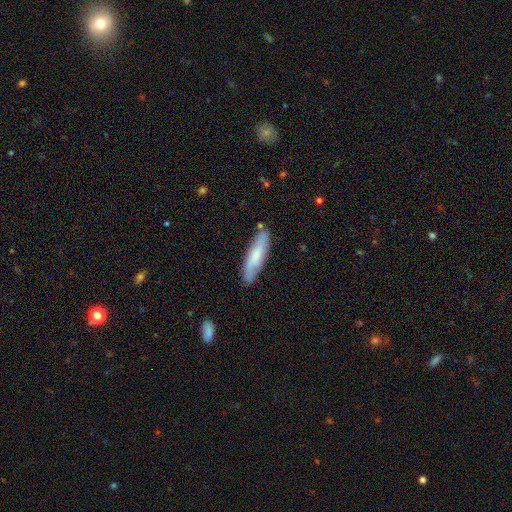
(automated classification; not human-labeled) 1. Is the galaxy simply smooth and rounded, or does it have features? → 62% smooth, 32% featured or disk, 6% star or artifact.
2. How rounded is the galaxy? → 67% cigar-shaped, 31% in between, 2% round.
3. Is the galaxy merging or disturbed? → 80% none, 15% minor disturbance, 3% major disturbance, 2% merger.